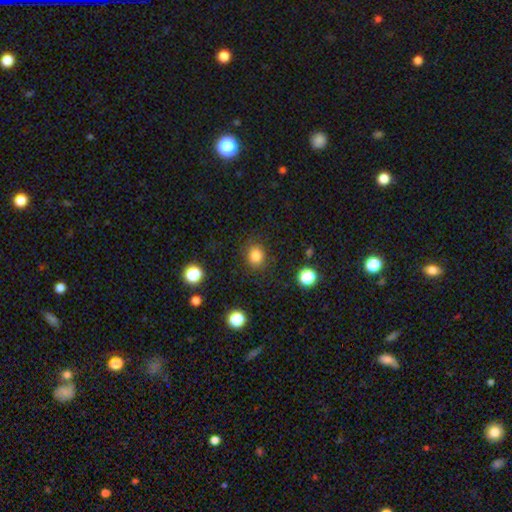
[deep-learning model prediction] smooth_or_featured: smooth (p=0.82) [alt: star or artifact p=0.12]
how_rounded: round (p=0.70) [alt: in between p=0.29]
merging: none (p=0.86) [alt: minor disturbance p=0.09]